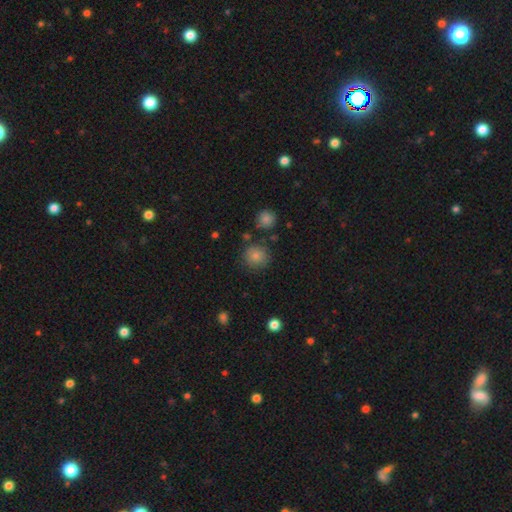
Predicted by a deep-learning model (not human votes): The model was most divided on "merging": none: 80%, minor disturbance: 11%, merger: 5%, major disturbance: 4%. More confident: how rounded — round (91%); smooth or featured — smooth (82%).